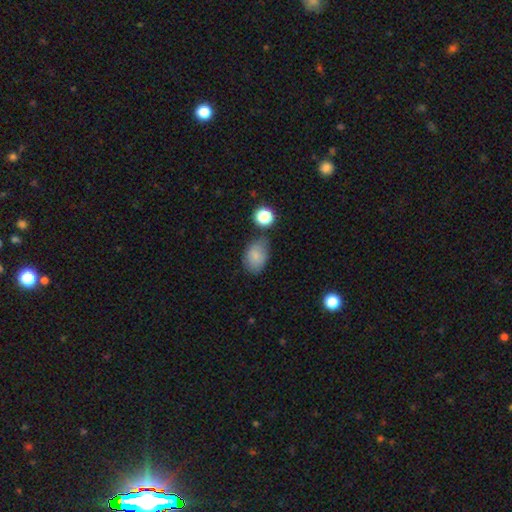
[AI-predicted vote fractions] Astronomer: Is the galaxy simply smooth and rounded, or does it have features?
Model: smooth — 79%.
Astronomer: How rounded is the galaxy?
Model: in between — 81%.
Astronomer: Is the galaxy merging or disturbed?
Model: none — 61%.